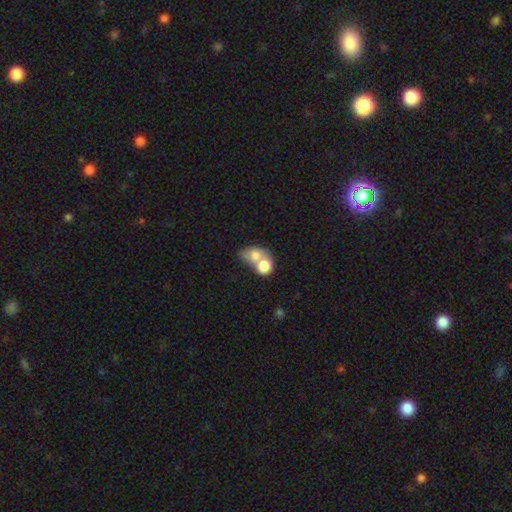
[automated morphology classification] This is likely a smooth galaxy (70%). How rounded: possibly in between (55%). Merging: likely merger (75%).